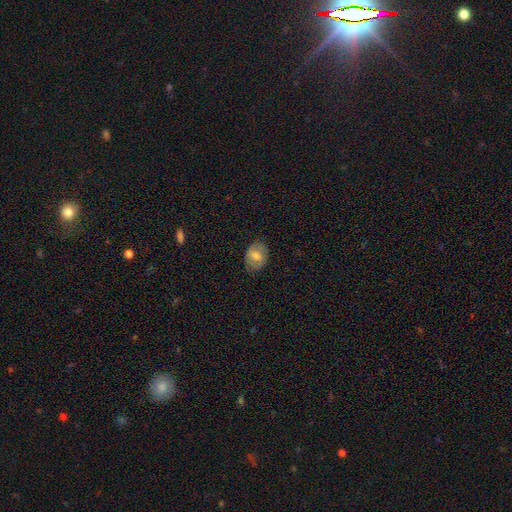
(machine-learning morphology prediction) A smooth galaxy with no disk features (62%) that is in between round and cigar-shaped (63%).

Vote fractions:
- Smooth or featured? smooth: 62% / featured or disk: 30% / star or artifact: 8%
- How rounded? in between: 63% / round: 36% / cigar-shaped: 1%
- Merging? none: 80% / minor disturbance: 15% / major disturbance: 4% / merger: 1%